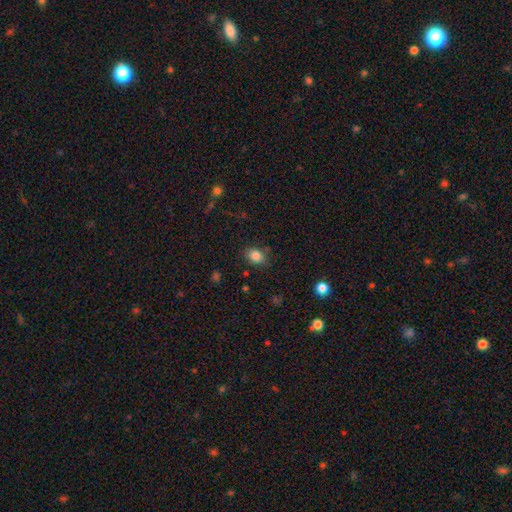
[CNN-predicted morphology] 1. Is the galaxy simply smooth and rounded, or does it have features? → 84% smooth, 10% star or artifact, 6% featured or disk.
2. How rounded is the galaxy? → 63% in between, 36% round, 1% cigar-shaped.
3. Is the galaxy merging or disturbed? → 78% none, 15% minor disturbance, 4% major disturbance, 3% merger.